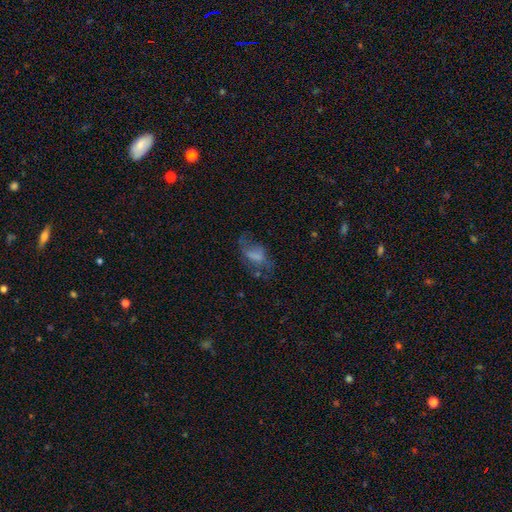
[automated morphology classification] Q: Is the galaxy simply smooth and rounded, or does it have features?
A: smooth — 47%.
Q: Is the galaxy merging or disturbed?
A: major disturbance — 39%.